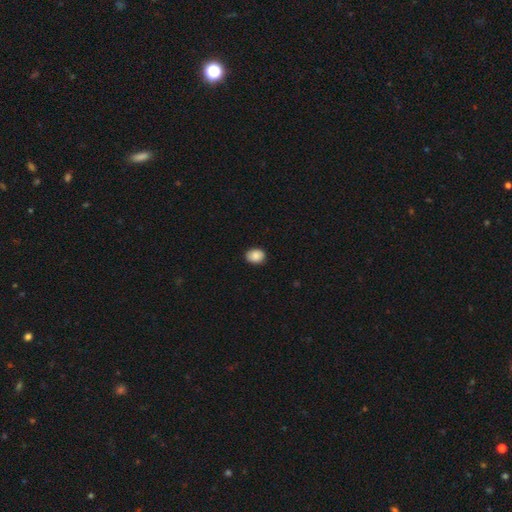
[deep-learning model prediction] This is clearly a smooth galaxy (88%). How rounded: possibly in between (56%). Merging: clearly none (88%).